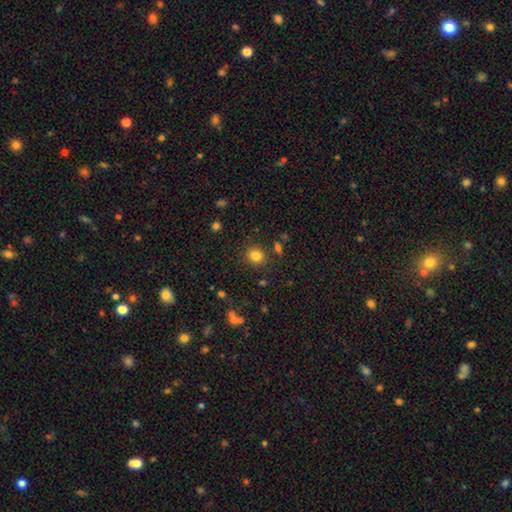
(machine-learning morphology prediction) smooth 82%, star or artifact 13%, featured or disk 6%. Down the decision tree: how rounded — round (83%); merging — none (86%).